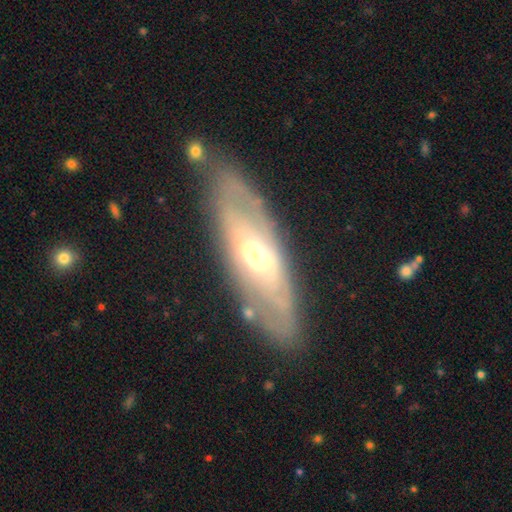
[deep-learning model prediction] featured or disk 73%, smooth 21%, star or artifact 6%. Down the decision tree: edge-on disk — no (74%); bar — no (47%); spiral arms — yes (58%); bulge size — moderate (63%); merging — none (77%).